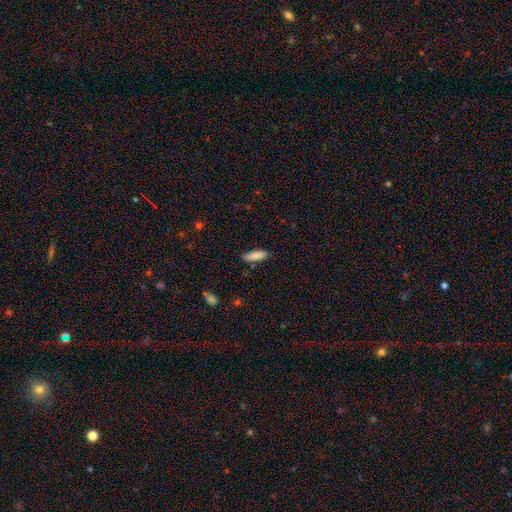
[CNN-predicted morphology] smooth 85%, featured or disk 9%, star or artifact 6%. Down the decision tree: how rounded — in between (58%); merging — none (83%).